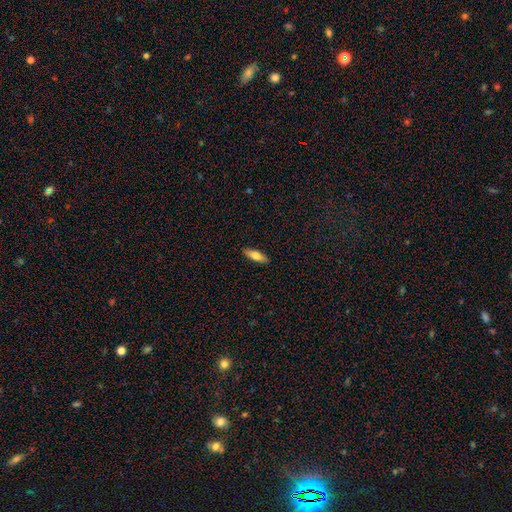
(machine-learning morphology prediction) This appears to be a smooth galaxy with no disk features (67%) that is in between round and cigar-shaped (51%). Merging: none (89%).